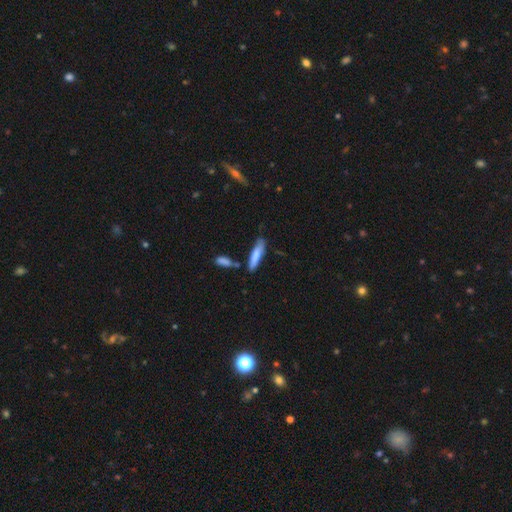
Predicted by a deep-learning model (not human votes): A smooth galaxy with no disk features (77%) that is cigar-shaped (76%). Merging: none (68%).